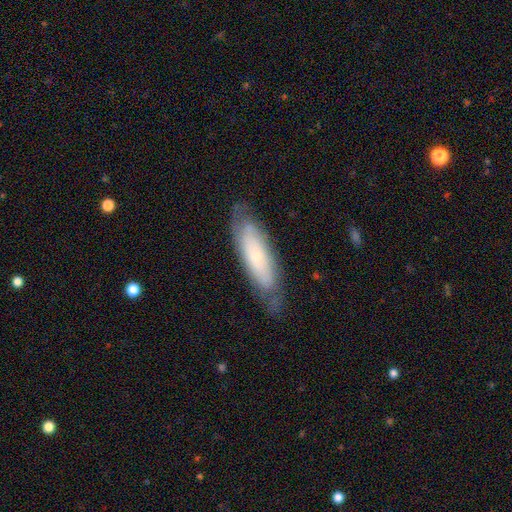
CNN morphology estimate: type=featured or disk (50%); merging=none (71%).